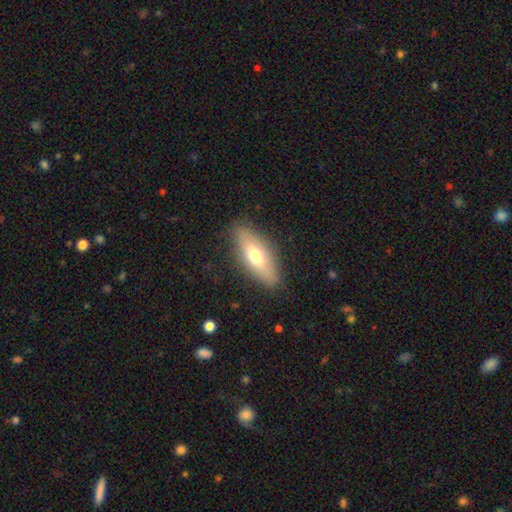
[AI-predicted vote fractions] Smooth or featured: smooth — 64% (featured or disk — 29%)
How rounded: in between — 67% (cigar-shaped — 30%)
Merging: none — 85% (minor disturbance — 11%)